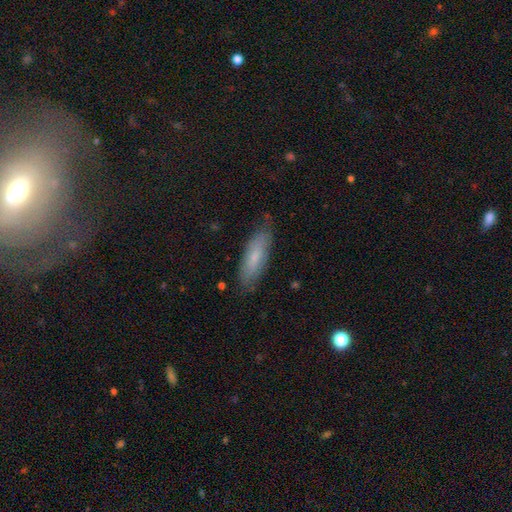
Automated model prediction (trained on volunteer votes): Morphology: type=smooth (67%); roundness=cigar-shaped (51%); merging=none (80%).